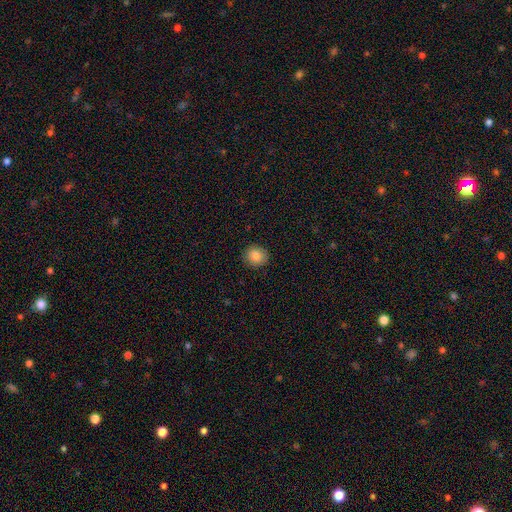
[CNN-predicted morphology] Q: Smooth or featured?
A: smooth (85%); runner-up: star or artifact (9%)
Q: How rounded?
A: round (85%); runner-up: in between (14%)
Q: Merging?
A: none (91%); runner-up: minor disturbance (7%)